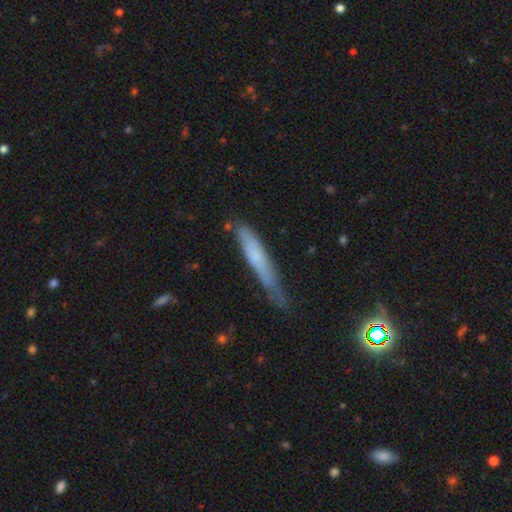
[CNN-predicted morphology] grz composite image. It shows a smooth galaxy with no disk features (58%) that is cigar-shaped (92%). Merging: none (51%).